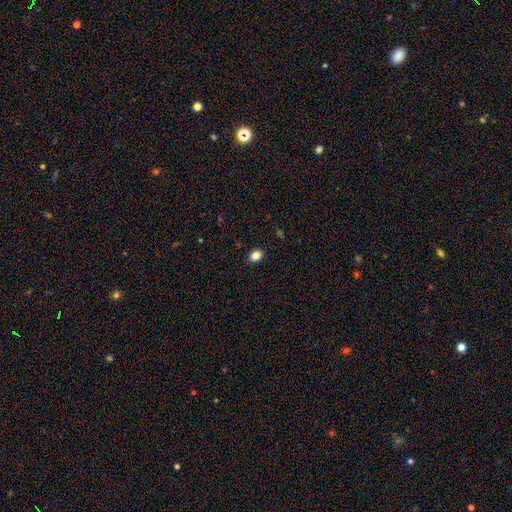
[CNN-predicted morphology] A smooth galaxy with no disk features (85%) that is in between round and cigar-shaped (63%).

Vote fractions:
- Smooth or featured? smooth: 85% / star or artifact: 11% / featured or disk: 5%
- How rounded? in between: 63% / round: 36% / cigar-shaped: 1%
- Merging? none: 90% / minor disturbance: 8% / major disturbance: 2% / merger: 1%